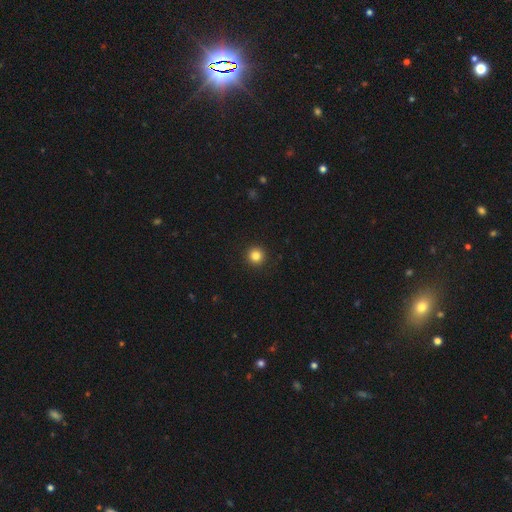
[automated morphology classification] Overall: smooth (83%). How rounded: round (96%). Merging: none (94%).